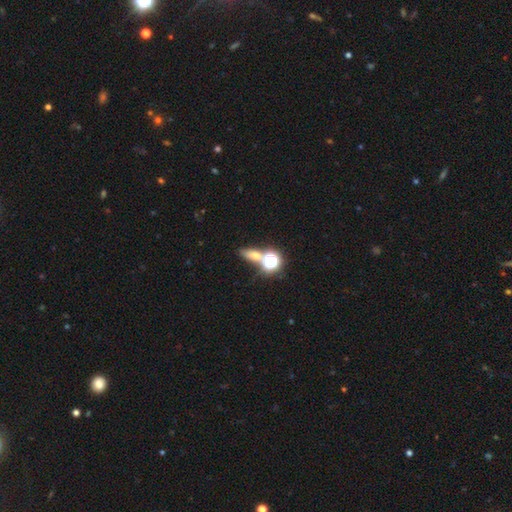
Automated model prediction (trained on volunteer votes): A smooth galaxy with no disk features (55%) that is in between round and cigar-shaped (51%). Merging: none (59%).